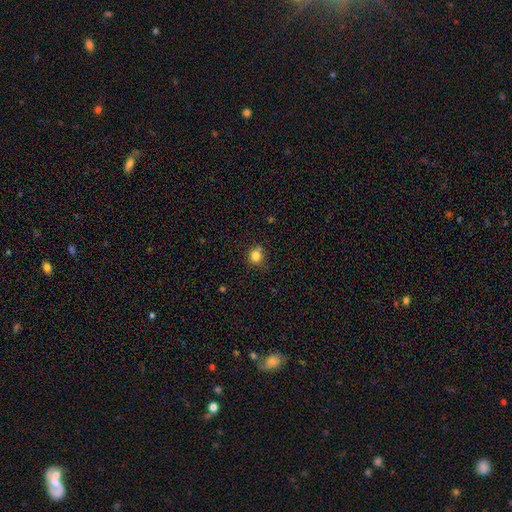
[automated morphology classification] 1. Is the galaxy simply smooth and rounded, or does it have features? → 82% smooth, 13% star or artifact, 5% featured or disk.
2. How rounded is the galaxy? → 88% round, 11% in between, 1% cigar-shaped.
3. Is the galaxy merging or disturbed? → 78% none, 14% minor disturbance, 5% merger, 3% major disturbance.